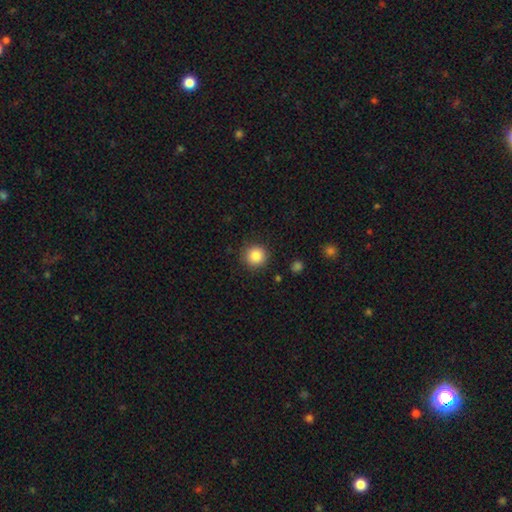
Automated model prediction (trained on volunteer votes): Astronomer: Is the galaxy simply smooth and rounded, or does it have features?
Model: smooth — 86%.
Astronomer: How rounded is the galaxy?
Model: round — 94%.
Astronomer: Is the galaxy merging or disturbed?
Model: none — 89%.